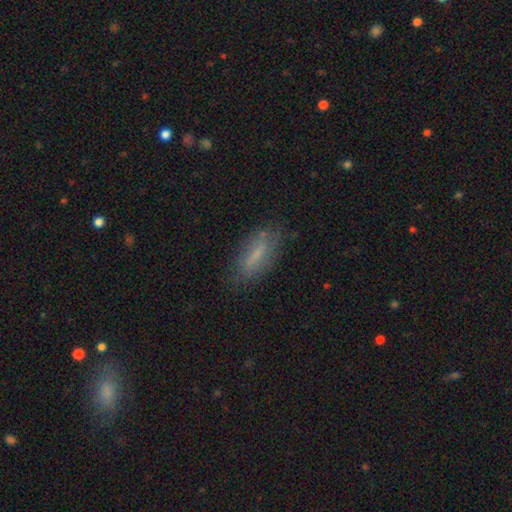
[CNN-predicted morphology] smooth-or-featured: smooth: 64% | featured or disk: 27% | star or artifact: 9%
  how-rounded: in between: 58% | cigar-shaped: 40% | round: 3%
  merging: none: 72% | minor disturbance: 19% | major disturbance: 7% | merger: 2%